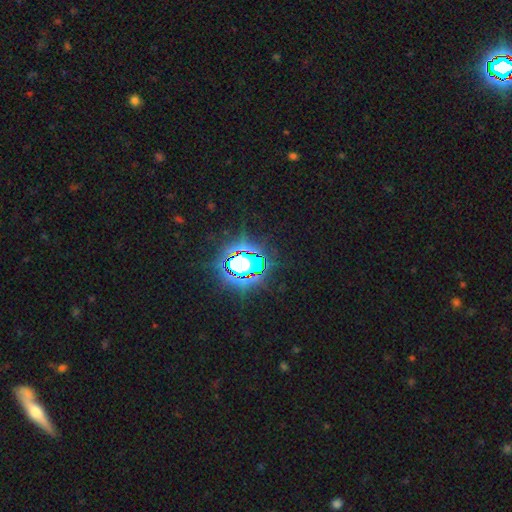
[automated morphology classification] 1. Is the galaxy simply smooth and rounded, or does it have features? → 81% star or artifact, 12% smooth, 7% featured or disk.